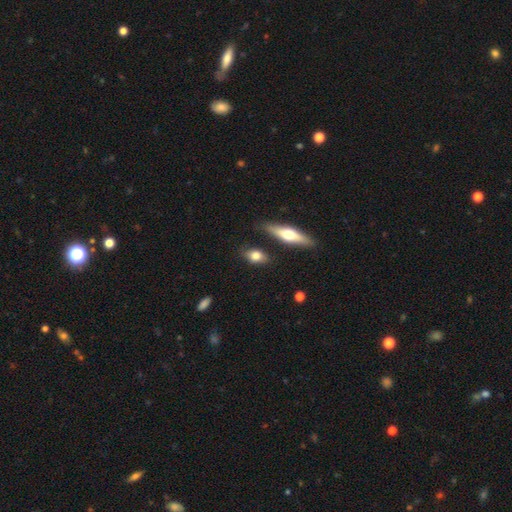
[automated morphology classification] This is likely a smooth galaxy (73%). How rounded: likely in between (70%). Merging: likely none (76%).